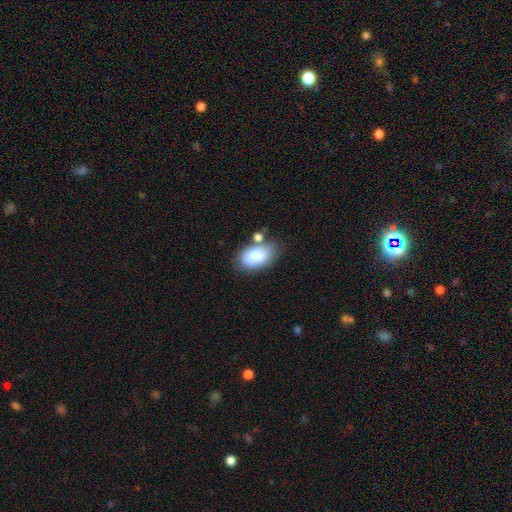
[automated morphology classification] The model was most divided on "merging": none: 57%, minor disturbance: 21%, merger: 16%, major disturbance: 7%. More confident: how rounded — in between (91%); smooth or featured — smooth (81%).